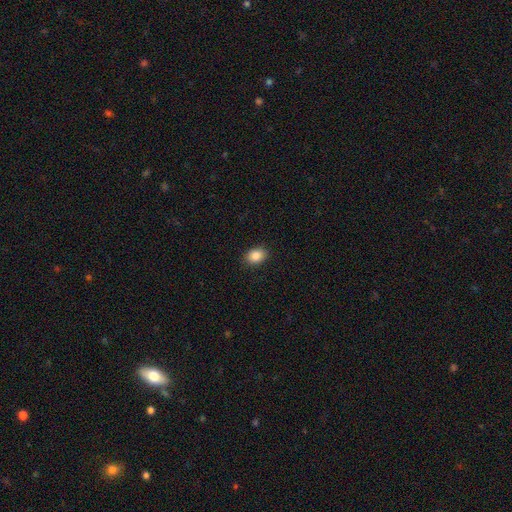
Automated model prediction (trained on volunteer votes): This appears to be a smooth galaxy with no disk features (86%) that is in between round and cigar-shaped (68%). Merging: none (89%).